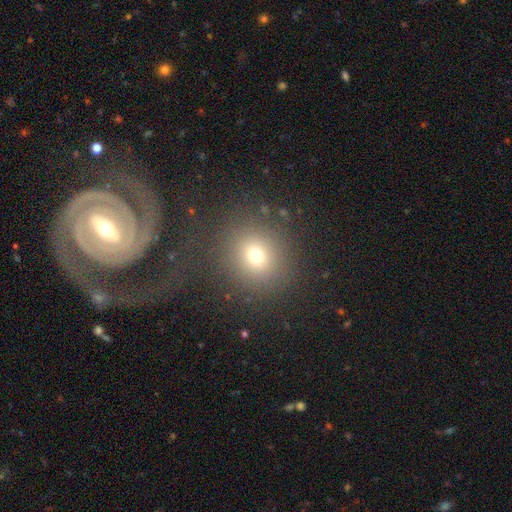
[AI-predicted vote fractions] A smooth galaxy with no disk features (71%) that is round (84%).

Vote fractions:
- Smooth or featured? smooth: 71% / star or artifact: 19% / featured or disk: 10%
- How rounded? round: 84% / in between: 15% / cigar-shaped: 1%
- Merging? none: 81% / minor disturbance: 9% / major disturbance: 7% / merger: 3%